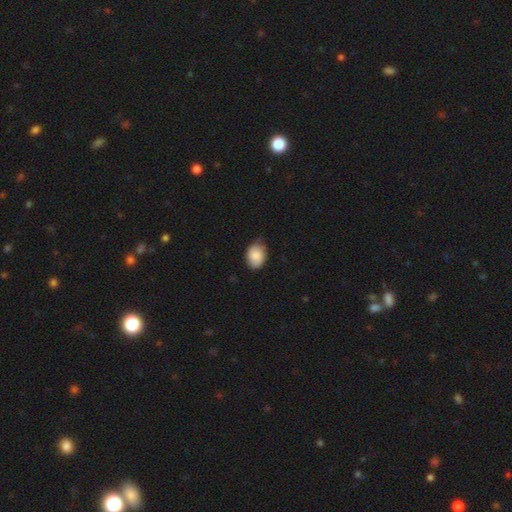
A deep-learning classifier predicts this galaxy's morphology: smooth-or-featured: smooth: 85% | featured or disk: 8% | star or artifact: 7%
  how-rounded: in between: 71% | round: 28% | cigar-shaped: 1%
  merging: none: 70% | minor disturbance: 25% | major disturbance: 3% | merger: 1%